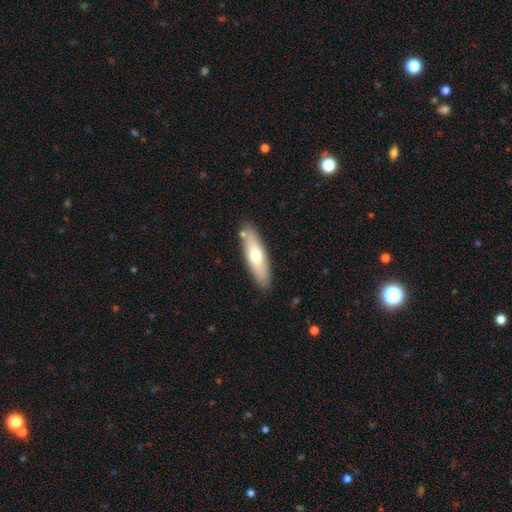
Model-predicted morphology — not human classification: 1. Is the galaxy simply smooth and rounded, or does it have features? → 62% smooth, 33% featured or disk, 5% star or artifact.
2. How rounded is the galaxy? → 63% cigar-shaped, 36% in between, 2% round.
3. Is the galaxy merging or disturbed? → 84% none, 10% minor disturbance, 4% merger, 2% major disturbance.